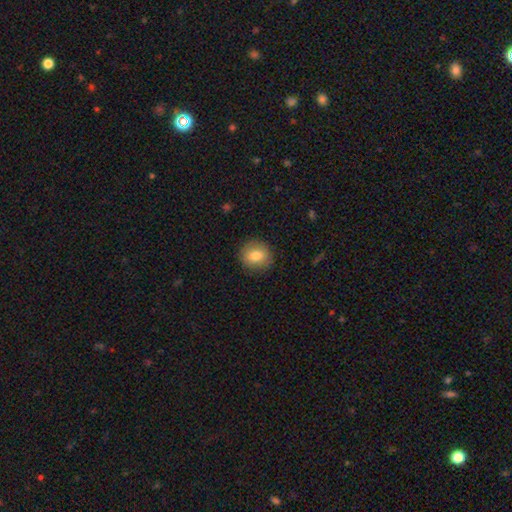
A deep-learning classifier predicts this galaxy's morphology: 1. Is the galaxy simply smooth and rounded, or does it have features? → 77% smooth, 15% featured or disk, 8% star or artifact.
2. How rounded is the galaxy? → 77% round, 22% in between, 1% cigar-shaped.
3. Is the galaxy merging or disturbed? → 88% none, 9% minor disturbance, 3% major disturbance, 1% merger.